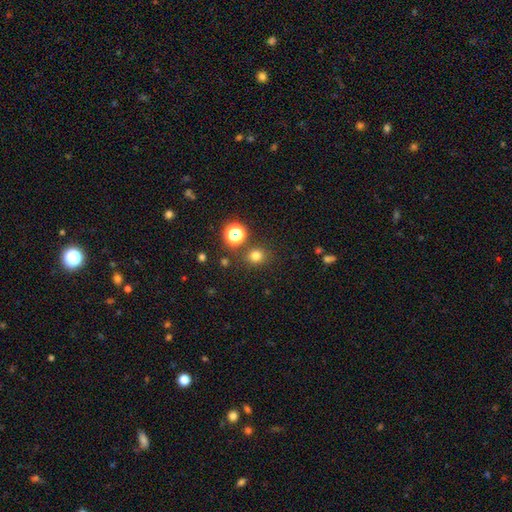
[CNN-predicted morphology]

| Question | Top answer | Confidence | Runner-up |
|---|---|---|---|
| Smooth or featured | smooth | 75% | star or artifact (20%) |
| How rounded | round | 81% | in between (18%) |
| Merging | none | 81% | minor disturbance (9%) |